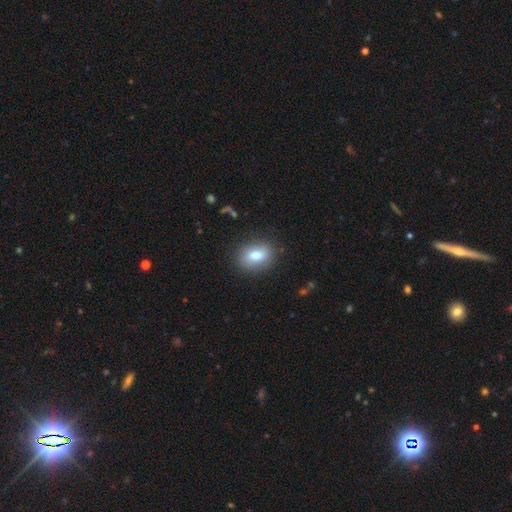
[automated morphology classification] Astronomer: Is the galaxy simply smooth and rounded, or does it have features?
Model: smooth — 81%.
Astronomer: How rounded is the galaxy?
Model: in between — 76%.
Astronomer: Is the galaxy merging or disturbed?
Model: none — 84%.